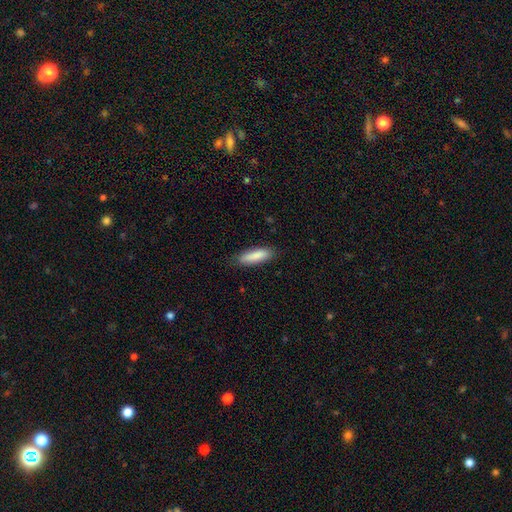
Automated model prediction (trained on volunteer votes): This appears to be a smooth galaxy with no disk features (87%) that is cigar-shaped (58%). Merging: none (85%).